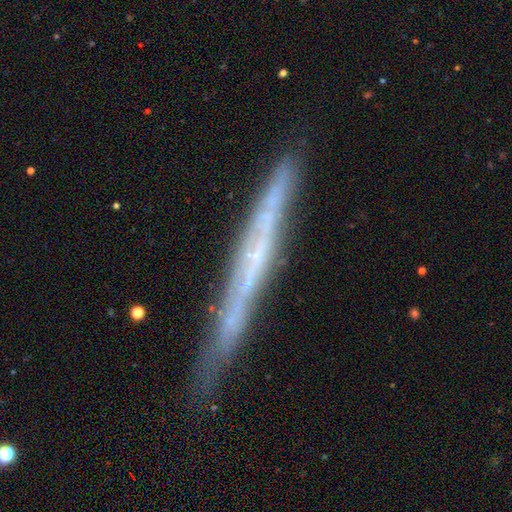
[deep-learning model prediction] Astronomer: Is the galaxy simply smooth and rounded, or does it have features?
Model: featured or disk — 70%.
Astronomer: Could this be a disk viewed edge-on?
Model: yes — 92%.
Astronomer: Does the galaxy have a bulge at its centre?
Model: none — 80%.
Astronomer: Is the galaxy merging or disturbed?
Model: none — 79%.